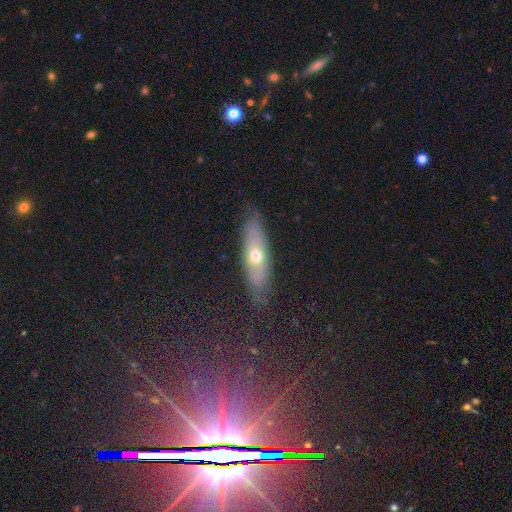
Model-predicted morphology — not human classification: Smooth or featured?
  - featured or disk: 47% *
  - smooth: 45%
  - star or artifact: 9%
Merging?
  - none: 78% *
  - minor disturbance: 16%
  - major disturbance: 5%
  - merger: 1%